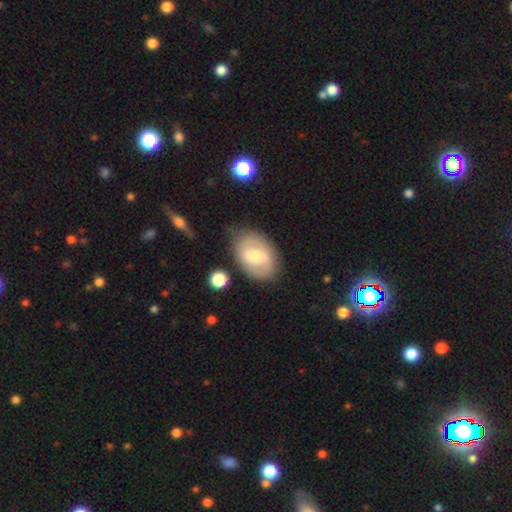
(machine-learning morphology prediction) A featured or disk galaxy (54%) with a weak bar (48%), spiral arms (57%) and a moderate central bulge (58%). Merging: none (72%).